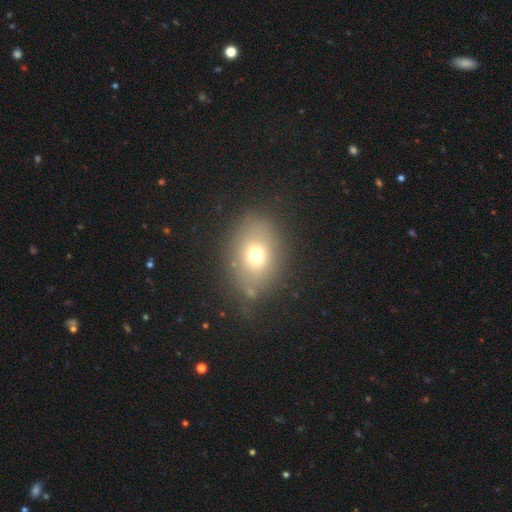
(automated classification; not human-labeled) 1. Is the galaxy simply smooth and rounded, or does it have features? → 69% smooth, 17% featured or disk, 14% star or artifact.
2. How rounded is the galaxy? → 68% in between, 30% round, 1% cigar-shaped.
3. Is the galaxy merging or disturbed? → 73% none, 17% minor disturbance, 7% major disturbance, 3% merger.